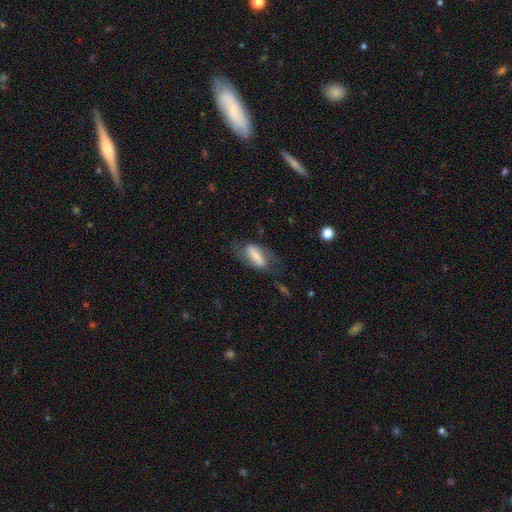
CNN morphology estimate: This is possibly a smooth galaxy (53%). How rounded: likely in between (68%). Merging: possibly none (51%).